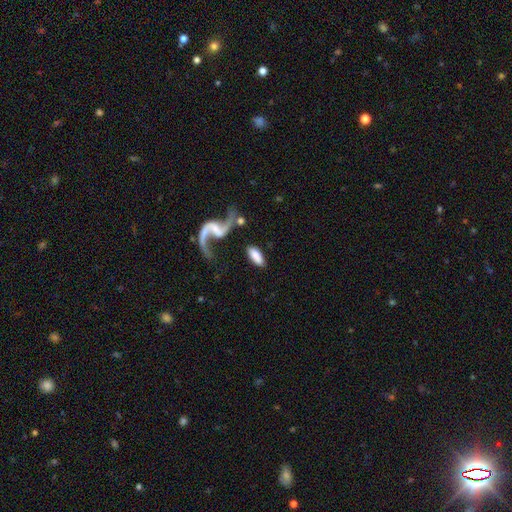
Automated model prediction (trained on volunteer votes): smooth-or-featured: smooth: 66% | featured or disk: 28% | star or artifact: 7%
  how-rounded: in between: 88% | cigar-shaped: 9% | round: 3%
  merging: none: 67% | minor disturbance: 14% | merger: 10% | major disturbance: 9%